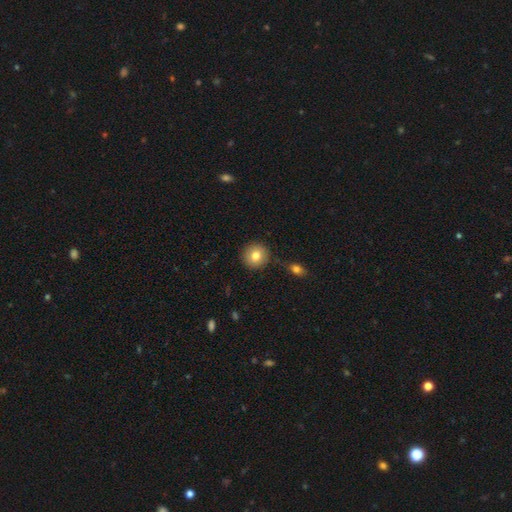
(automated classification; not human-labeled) smooth_or_featured: smooth (p=0.80) [alt: featured or disk p=0.11]
how_rounded: round (p=0.93) [alt: in between p=0.06]
merging: none (p=0.86) [alt: minor disturbance p=0.08]